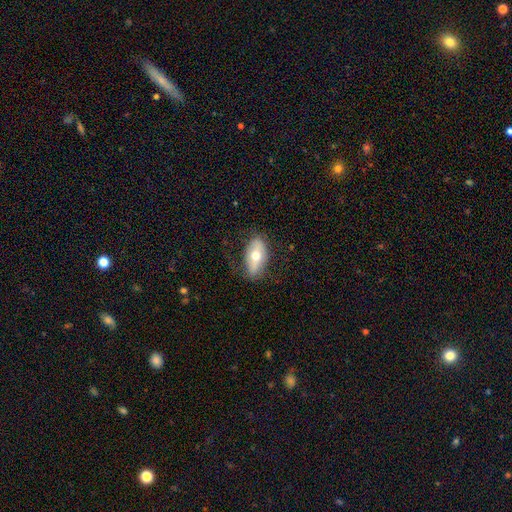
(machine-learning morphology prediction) A smooth galaxy with no disk features (56%) that is in between round and cigar-shaped (89%). Merging: none (71%).